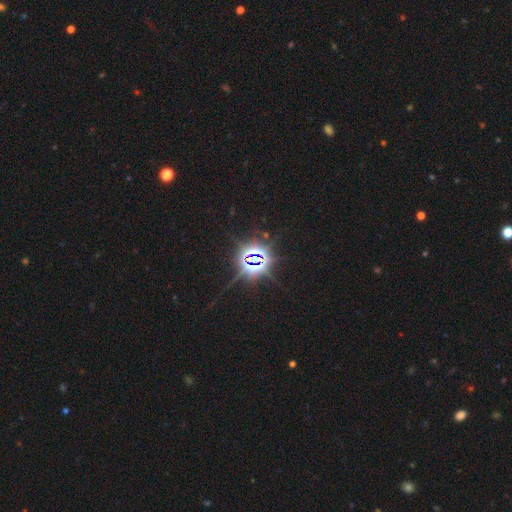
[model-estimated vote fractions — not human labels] Smooth or featured? Predicted: star or artifact (p=0.86).